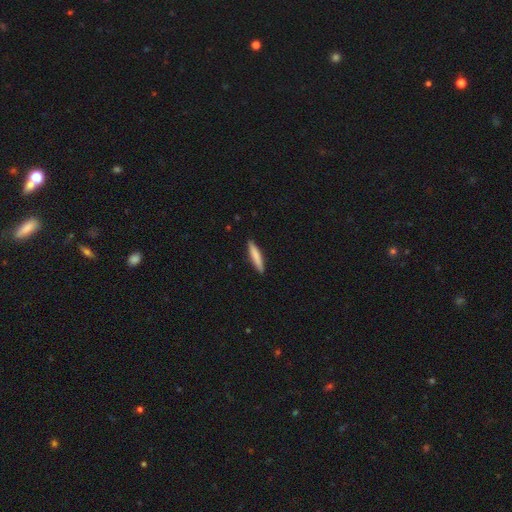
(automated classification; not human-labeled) Smooth or featured? Predicted: smooth (p=0.79). How rounded? Predicted: cigar-shaped (p=0.90). Merging? Predicted: none (p=0.90).